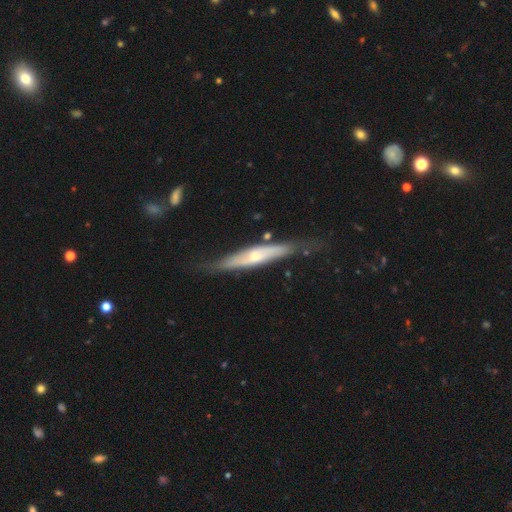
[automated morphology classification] A featured or disk galaxy (64%) viewed edge-on (75%).

Vote fractions:
- Smooth or featured? featured or disk: 64% / smooth: 30% / star or artifact: 6%
- Edge-on disk? yes: 75% / no: 25%
- Merging? none: 68% / minor disturbance: 21% / major disturbance: 7% / merger: 4%